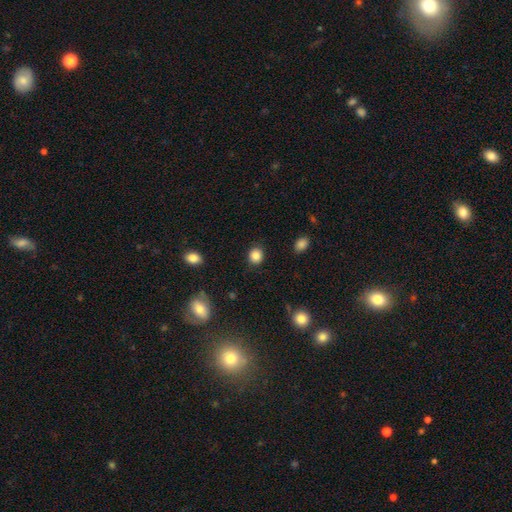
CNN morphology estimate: This appears to be a smooth galaxy with no disk features (86%) that is round (77%). Merging: none (88%).